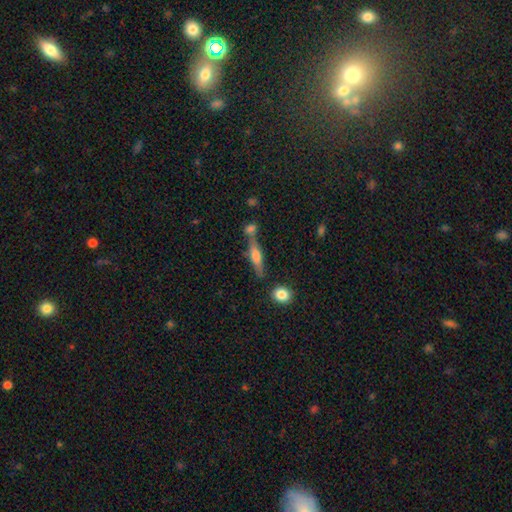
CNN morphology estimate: featured or disk 58%, smooth 33%, star or artifact 9%. Down the decision tree: edge-on disk — yes (94%); edge-on bulge — rounded (83%); merging — none (67%).